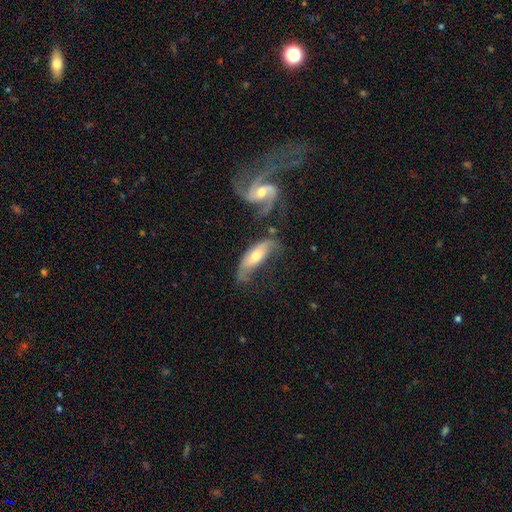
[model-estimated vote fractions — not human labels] Smooth or featured?
  - featured or disk: 62% *
  - smooth: 31%
  - star or artifact: 7%
Edge-on disk?
  - no: 80% *
  - yes: 20%
Merging?
  - merger: 31% *
  - none: 27%
  - major disturbance: 22%
  - minor disturbance: 20%